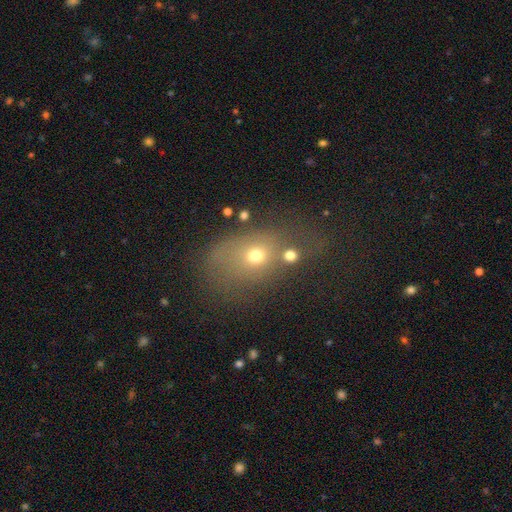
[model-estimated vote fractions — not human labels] Smooth or featured? smooth (61%)
How rounded? in between (58%)
Merging? none (43%)